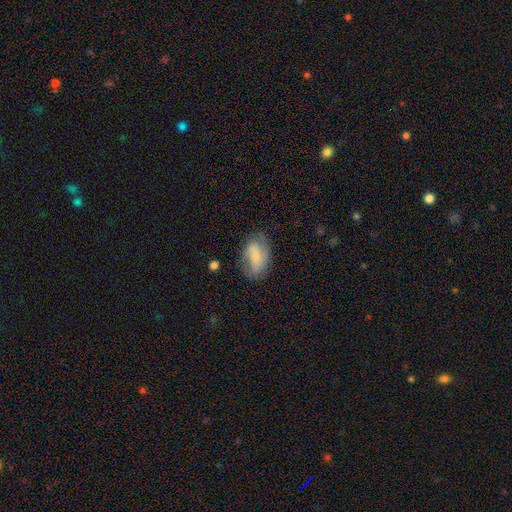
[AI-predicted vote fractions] smooth 63%, featured or disk 29%, star or artifact 8%. Down the decision tree: how rounded — in between (90%); merging — none (65%).